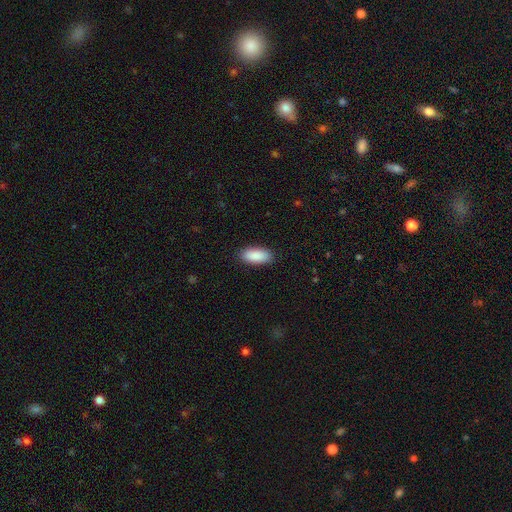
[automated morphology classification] Smooth or featured?
  - smooth: 90% *
  - star or artifact: 6%
  - featured or disk: 4%
How rounded?
  - in between: 88% *
  - cigar-shaped: 10%
  - round: 2%
Merging?
  - none: 89% *
  - minor disturbance: 8%
  - major disturbance: 2%
  - merger: 1%